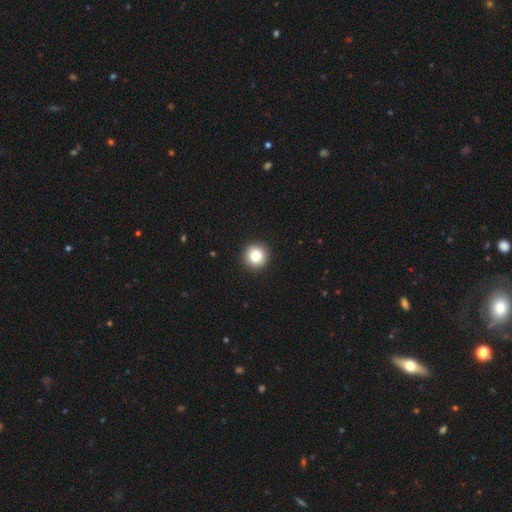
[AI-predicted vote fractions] Smooth or featured: smooth — 83% (star or artifact — 10%)
How rounded: round — 95% (in between — 5%)
Merging: none — 93% (minor disturbance — 4%)